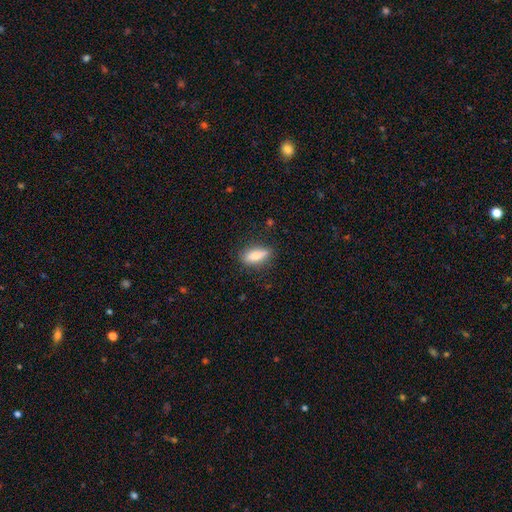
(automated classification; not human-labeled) A smooth galaxy with no disk features (76%) that is in between round and cigar-shaped (66%). Merging: none (81%).